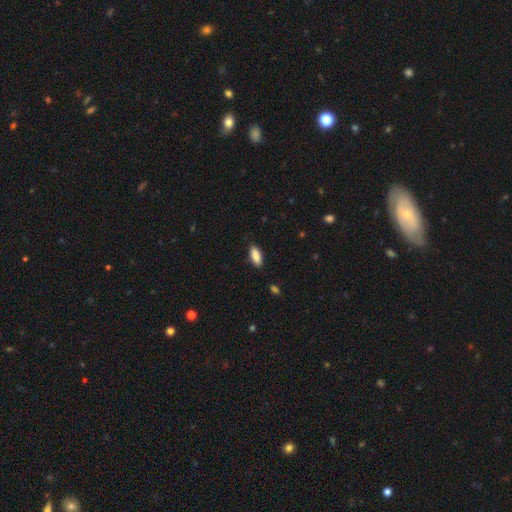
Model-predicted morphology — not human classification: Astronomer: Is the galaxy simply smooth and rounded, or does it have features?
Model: smooth — 88%.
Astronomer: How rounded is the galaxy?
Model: in between — 79%.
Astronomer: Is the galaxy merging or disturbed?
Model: none — 86%.